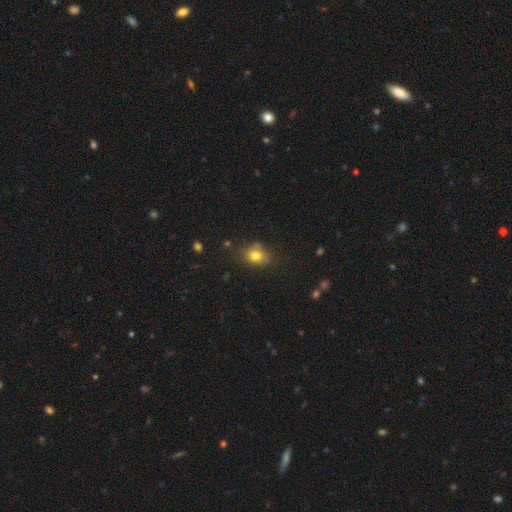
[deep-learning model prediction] This is likely a smooth galaxy (79%). How rounded: likely round (63%). Merging: likely none (69%).